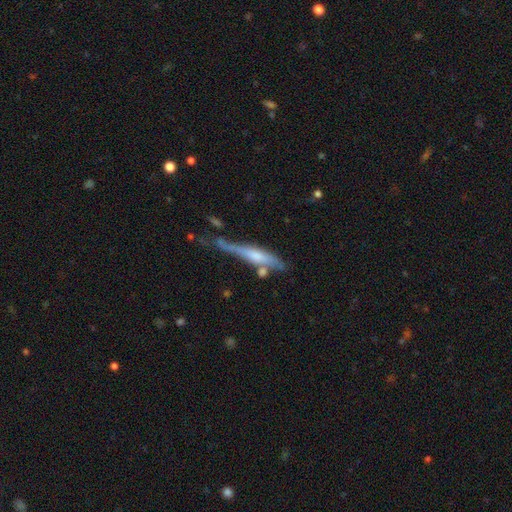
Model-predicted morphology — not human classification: Q: Smooth or featured?
A: featured or disk (56%); runner-up: smooth (36%)
Q: Edge-on disk?
A: yes (86%); runner-up: no (14%)
Q: Merging?
A: none (40%); runner-up: minor disturbance (28%)